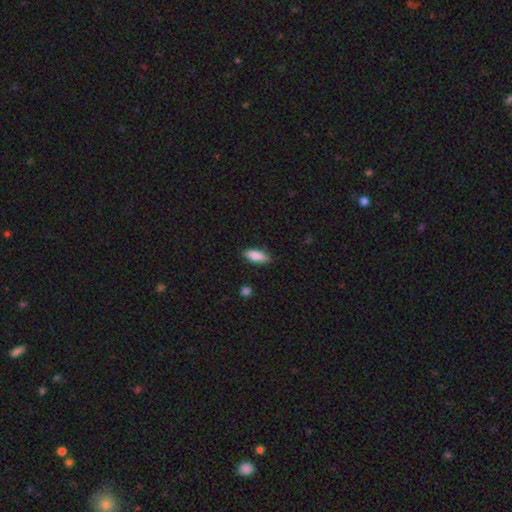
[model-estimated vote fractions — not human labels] This appears to be a smooth galaxy with no disk features (87%) that is in between round and cigar-shaped (74%). Merging: none (85%).